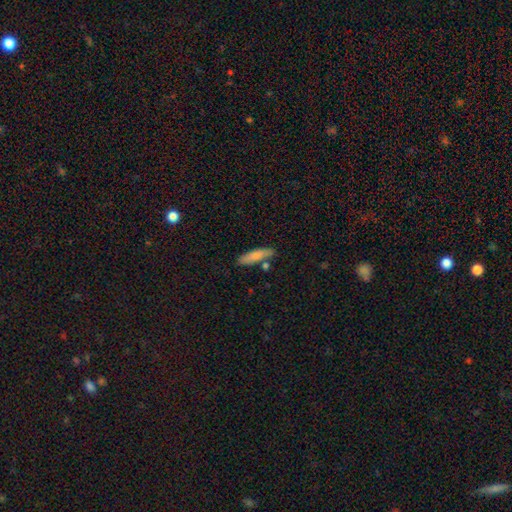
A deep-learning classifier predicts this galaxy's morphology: Smooth or featured?
  - smooth: 79% *
  - featured or disk: 15%
  - star or artifact: 6%
How rounded?
  - cigar-shaped: 72% *
  - in between: 26%
  - round: 2%
Merging?
  - none: 77% *
  - minor disturbance: 13%
  - merger: 8%
  - major disturbance: 3%